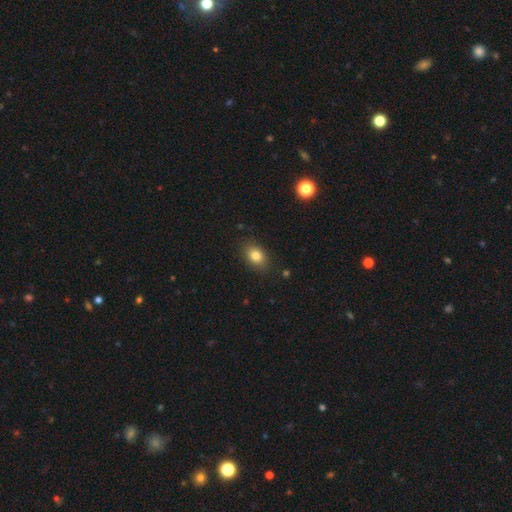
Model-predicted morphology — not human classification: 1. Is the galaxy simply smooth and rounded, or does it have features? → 83% smooth, 10% star or artifact, 8% featured or disk.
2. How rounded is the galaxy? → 75% in between, 23% round, 1% cigar-shaped.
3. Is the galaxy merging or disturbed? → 85% none, 11% minor disturbance, 3% major disturbance, 1% merger.